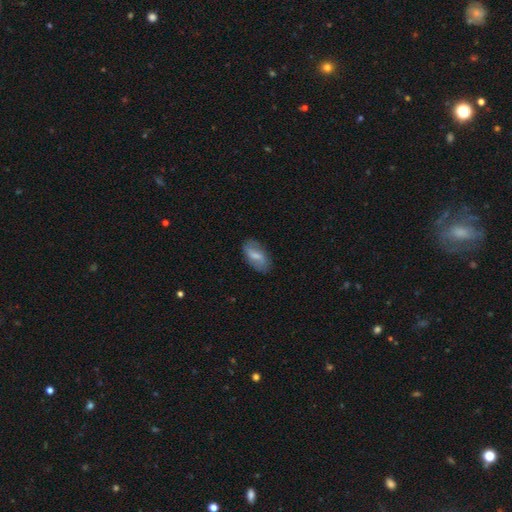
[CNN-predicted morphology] A smooth galaxy with no disk features (59%) that is in between round and cigar-shaped (90%).

Vote fractions:
- Smooth or featured? smooth: 59% / featured or disk: 34% / star or artifact: 7%
- How rounded? in between: 90% / cigar-shaped: 6% / round: 4%
- Merging? none: 78% / minor disturbance: 16% / major disturbance: 4% / merger: 1%